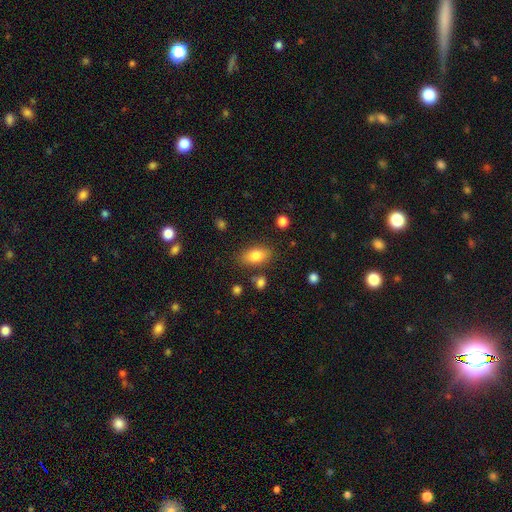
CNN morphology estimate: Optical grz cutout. It shows a smooth galaxy with no disk features (82%) that is in between round and cigar-shaped (89%). Merging: none (80%).